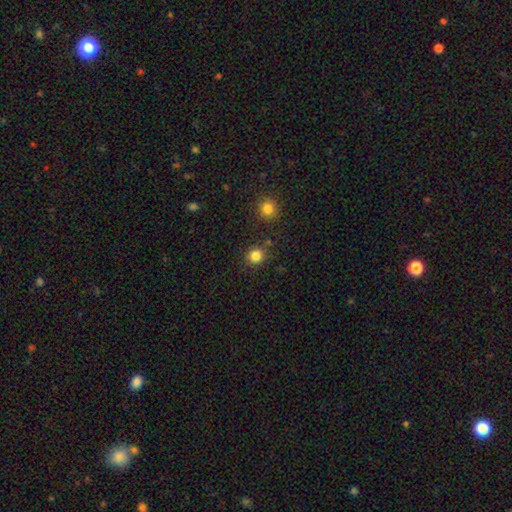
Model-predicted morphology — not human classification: smooth-or-featured: smooth: 84% | star or artifact: 12% | featured or disk: 4%
  how-rounded: round: 89% | in between: 10% | cigar-shaped: 1%
  merging: none: 84% | minor disturbance: 8% | merger: 5% | major disturbance: 3%